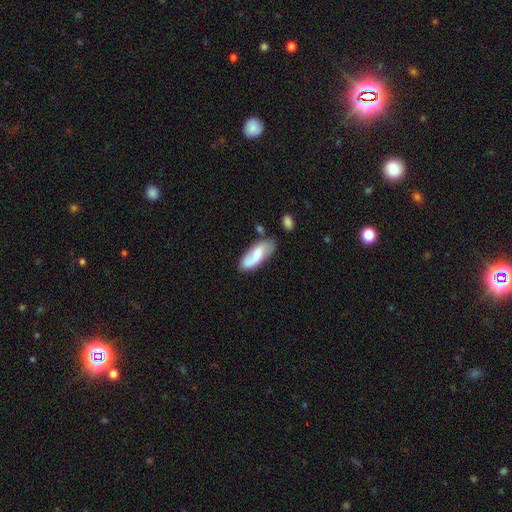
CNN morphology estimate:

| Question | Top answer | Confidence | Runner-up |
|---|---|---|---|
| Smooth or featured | smooth | 59% | featured or disk (35%) |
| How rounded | in between | 78% | cigar-shaped (20%) |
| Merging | none | 58% | minor disturbance (25%) |